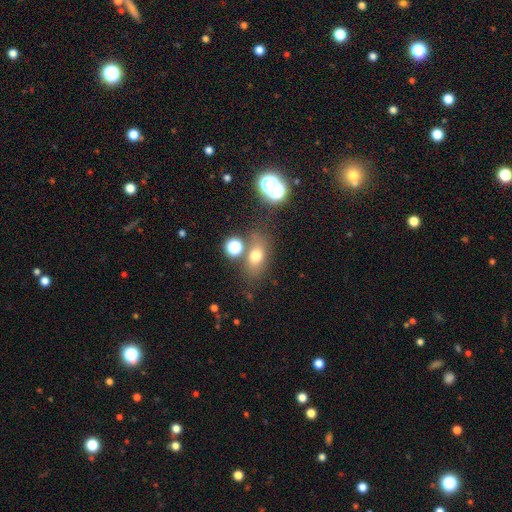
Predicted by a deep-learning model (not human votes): A smooth galaxy with no disk features (67%) that is in between round and cigar-shaped (67%). Merging: none (66%).